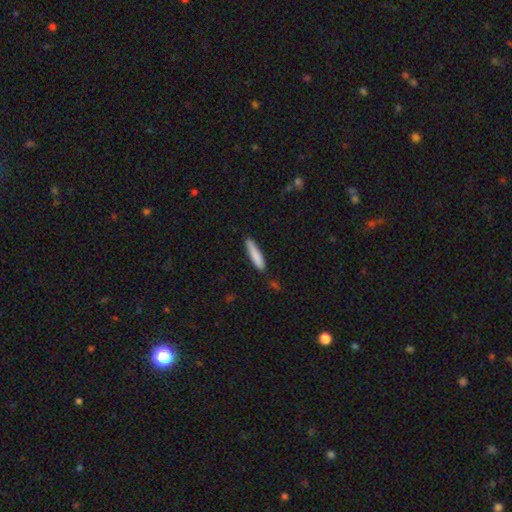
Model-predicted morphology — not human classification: Q: Smooth or featured?
A: smooth (85%); runner-up: featured or disk (9%)
Q: How rounded?
A: cigar-shaped (86%); runner-up: in between (13%)
Q: Merging?
A: none (83%); runner-up: minor disturbance (12%)